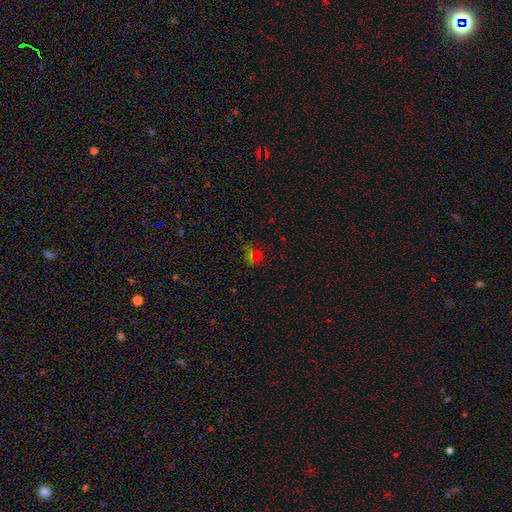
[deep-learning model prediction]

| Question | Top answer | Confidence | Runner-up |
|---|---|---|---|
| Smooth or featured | star or artifact | 46% | tied: smooth (46%) |